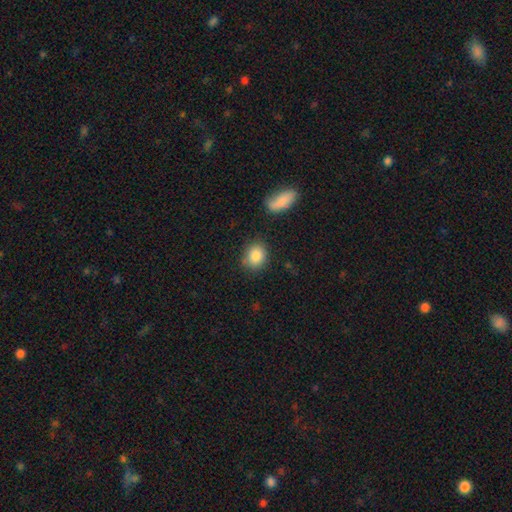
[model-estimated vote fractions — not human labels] Morphology: type=smooth (86%); roundness=round (55%); merging=none (79%).